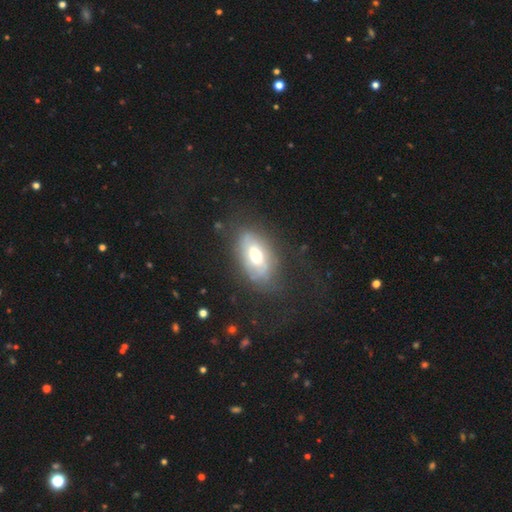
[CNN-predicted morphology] The model was most divided on "smooth or featured": featured or disk: 49%, smooth: 43%, star or artifact: 8%. More confident: merging — none (62%).